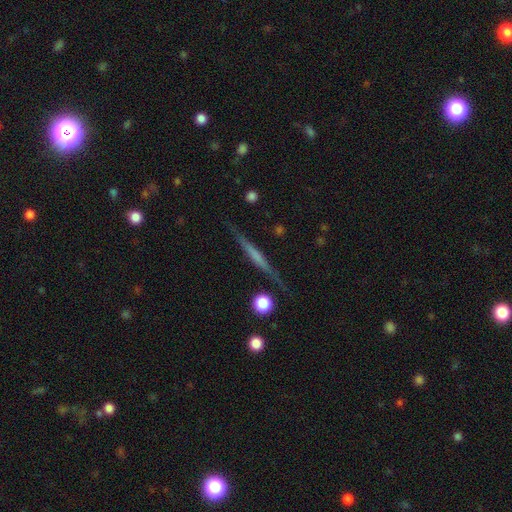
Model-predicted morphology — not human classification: featured or disk 62%, smooth 30%, star or artifact 7%. Down the decision tree: edge-on disk — yes (97%); edge-on bulge — none (62%); merging — none (86%).